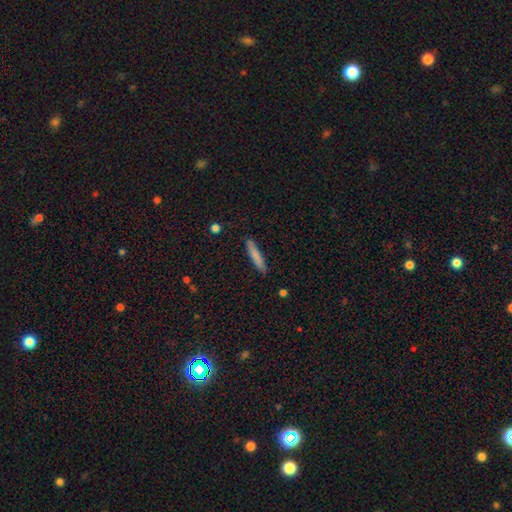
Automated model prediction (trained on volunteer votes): Q: Smooth or featured?
A: smooth (78%); runner-up: featured or disk (16%)
Q: How rounded?
A: cigar-shaped (92%); runner-up: in between (6%)
Q: Merging?
A: none (88%); runner-up: minor disturbance (9%)